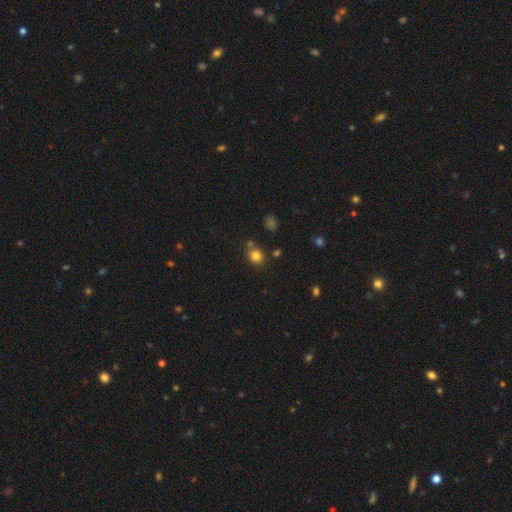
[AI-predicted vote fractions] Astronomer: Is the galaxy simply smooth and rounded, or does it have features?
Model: smooth — 81%.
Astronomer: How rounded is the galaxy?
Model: round — 78%.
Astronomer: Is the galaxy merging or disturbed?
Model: none — 70%.